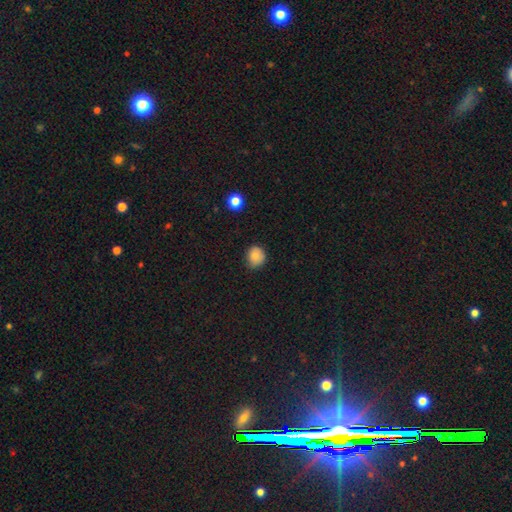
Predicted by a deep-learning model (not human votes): Smooth or featured: smooth — 84% (star or artifact — 10%)
How rounded: round — 79% (in between — 20%)
Merging: none — 73% (minor disturbance — 22%)